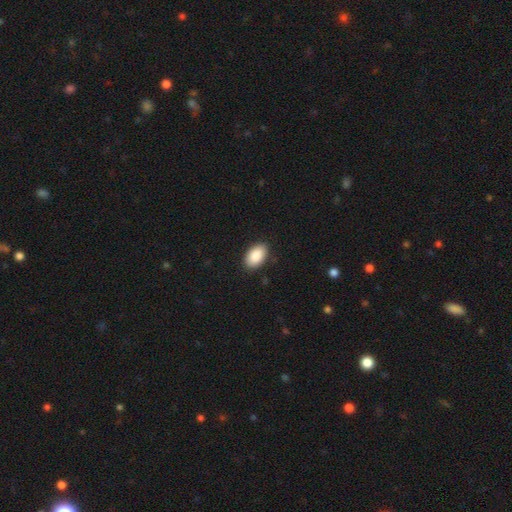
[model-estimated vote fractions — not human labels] This is clearly a smooth galaxy (89%). How rounded: clearly in between (94%). Merging: clearly none (88%).